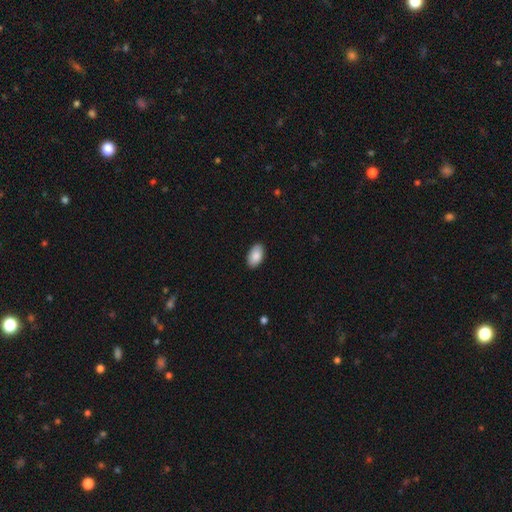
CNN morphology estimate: This appears to be a smooth galaxy with no disk features (88%) that is in between round and cigar-shaped (95%). Merging: none (89%).